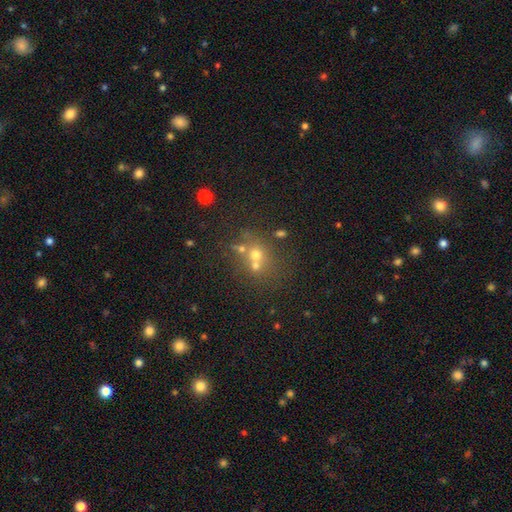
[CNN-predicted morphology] type=smooth (53%); roundness=round (77%); merging=none (45%).